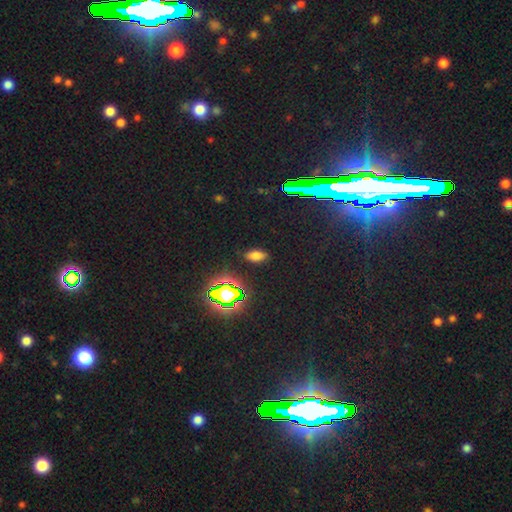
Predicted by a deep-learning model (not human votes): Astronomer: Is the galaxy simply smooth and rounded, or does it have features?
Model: smooth — 65%.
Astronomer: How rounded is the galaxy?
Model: in between — 87%.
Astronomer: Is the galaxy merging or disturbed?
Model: none — 87%.